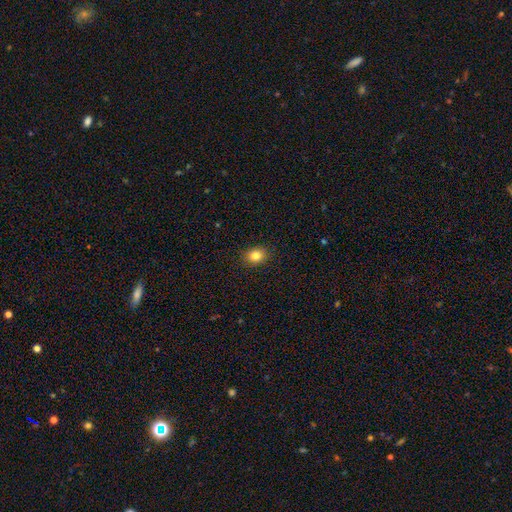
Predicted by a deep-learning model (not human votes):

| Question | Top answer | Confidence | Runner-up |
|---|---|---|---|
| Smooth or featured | smooth | 83% | star or artifact (10%) |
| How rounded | in between | 53% | round (46%) |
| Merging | none | 89% | minor disturbance (8%) |